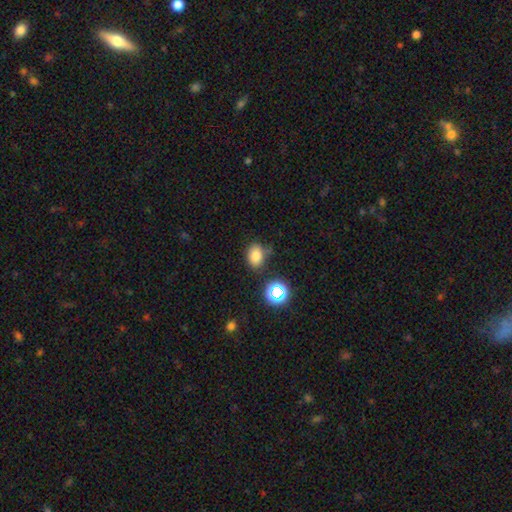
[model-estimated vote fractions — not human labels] Smooth or featured?
  - smooth: 78% *
  - star or artifact: 15%
  - featured or disk: 7%
How rounded?
  - in between: 71% *
  - round: 28%
  - cigar-shaped: 1%
Merging?
  - none: 75% *
  - minor disturbance: 16%
  - merger: 5%
  - major disturbance: 4%